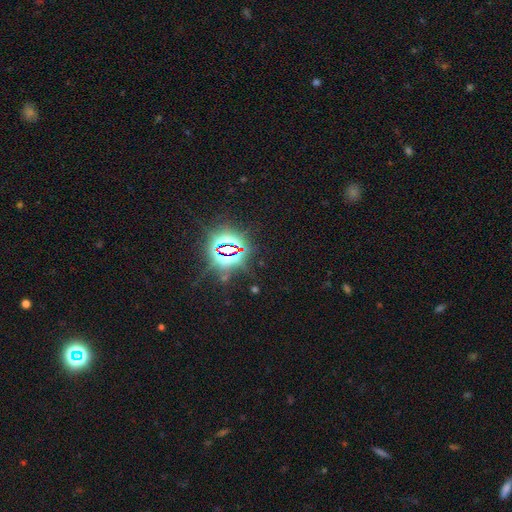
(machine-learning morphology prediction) Smooth or featured? Predicted: star or artifact (p=0.84).